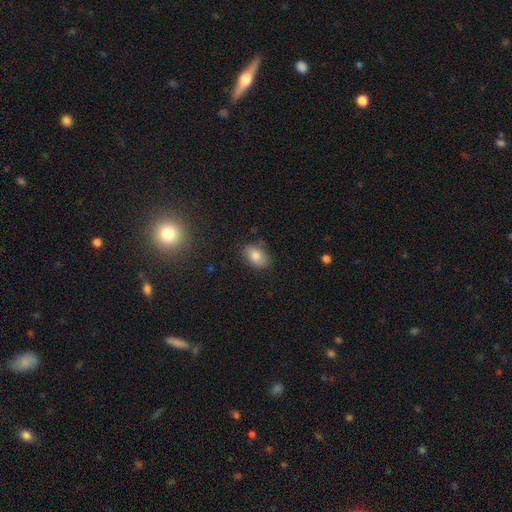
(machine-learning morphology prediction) smooth-or-featured: smooth: 81% | featured or disk: 10% | star or artifact: 9%
  how-rounded: in between: 84% | round: 14% | cigar-shaped: 1%
  merging: none: 81% | minor disturbance: 14% | major disturbance: 3% | merger: 2%